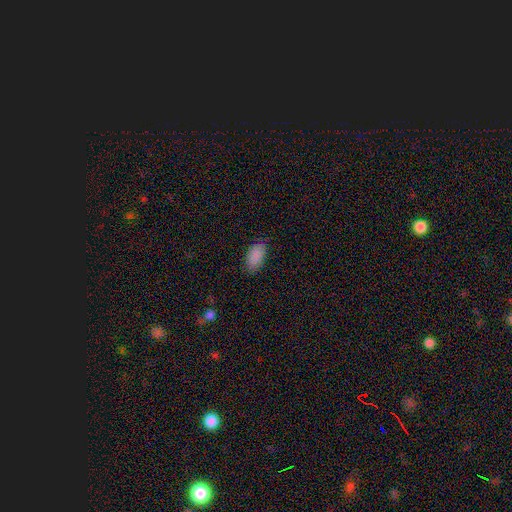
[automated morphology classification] Smooth or featured? smooth (89%)
How rounded? in between (94%)
Merging? none (82%)